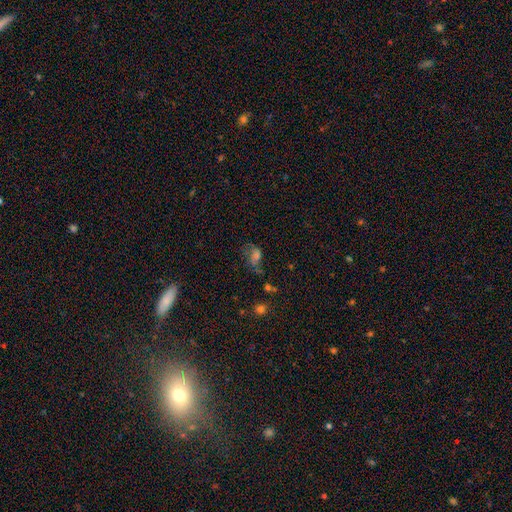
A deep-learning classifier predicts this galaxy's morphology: Smooth or featured? Predicted: smooth (p=0.42). Merging? Predicted: none (p=0.41).